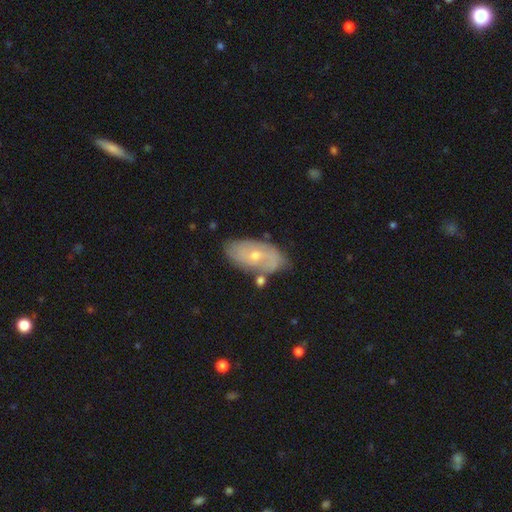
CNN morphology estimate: A featured or disk galaxy (59%) with no bar (73%), spiral arms (65%) and a small central bulge (53%). Merging: none (70%).